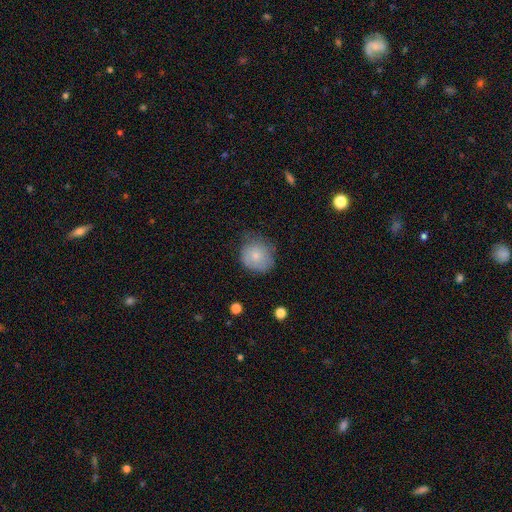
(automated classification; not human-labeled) A smooth galaxy with no disk features (78%) that is round (80%).

Vote fractions:
- Smooth or featured? smooth: 78% / featured or disk: 14% / star or artifact: 8%
- How rounded? round: 80% / in between: 20% / cigar-shaped: 1%
- Merging? none: 54% / minor disturbance: 34% / major disturbance: 11% / merger: 2%